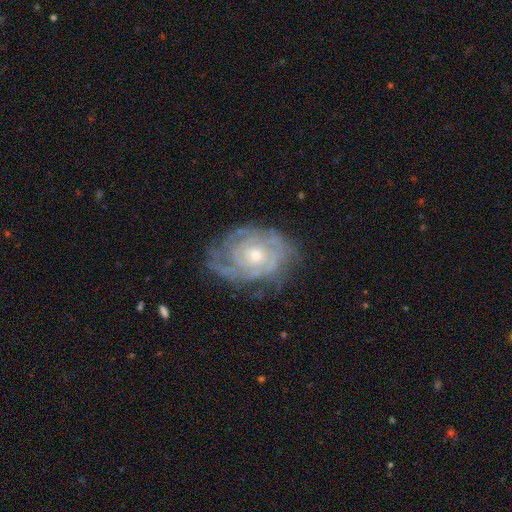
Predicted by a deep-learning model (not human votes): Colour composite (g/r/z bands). It shows a featured or disk galaxy (84%) with no bar (80%), tight (74%) spiral arms (91%) and a small central bulge (60%). Merging: none (65%).